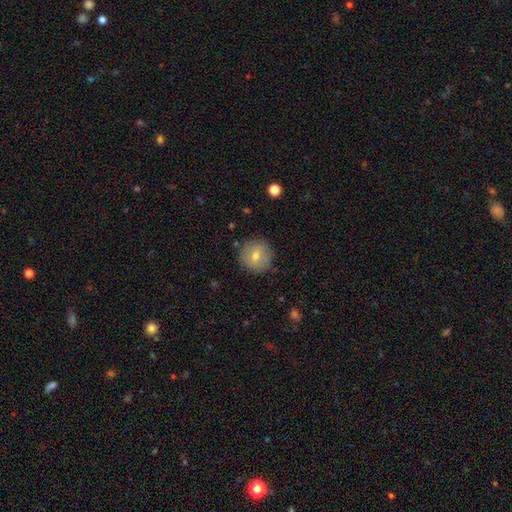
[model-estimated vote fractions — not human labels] smooth-or-featured: smooth: 69% | featured or disk: 21% | star or artifact: 10%
  how-rounded: round: 95% | in between: 4% | cigar-shaped: 1%
  merging: none: 88% | minor disturbance: 8% | major disturbance: 2% | merger: 1%